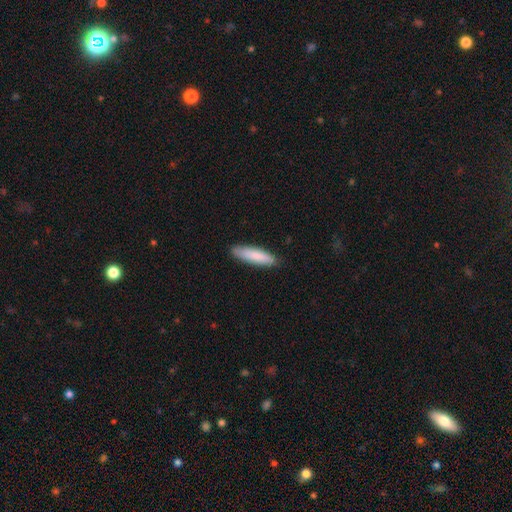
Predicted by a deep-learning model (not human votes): The model was most divided on "how rounded": cigar-shaped: 73%, in between: 25%, round: 1%. More confident: merging — none (87%); smooth or featured — smooth (85%).